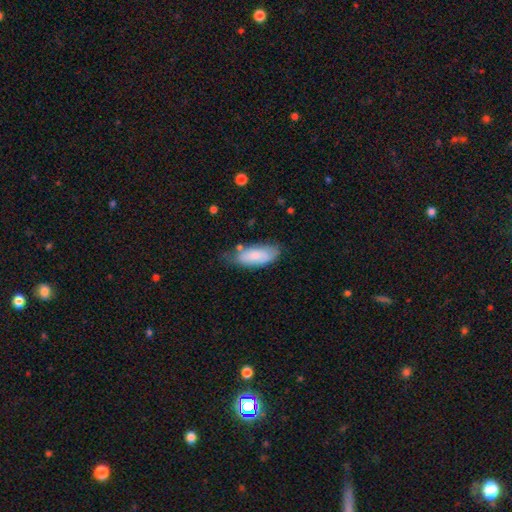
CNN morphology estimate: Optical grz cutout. It shows a smooth galaxy with no disk features (79%) that is in between round and cigar-shaped (81%). Merging: none (55%).